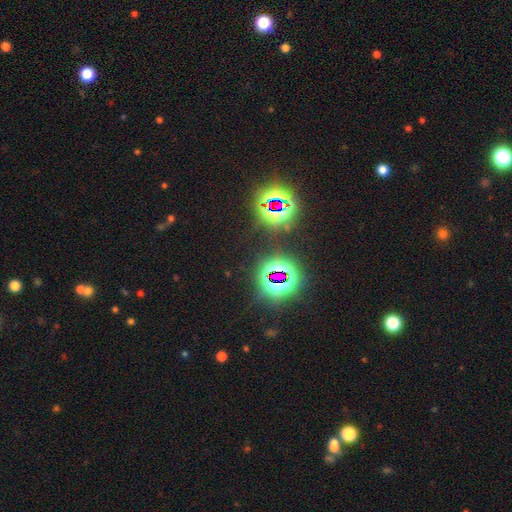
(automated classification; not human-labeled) smooth-or-featured: star or artifact: 84% | smooth: 10% | featured or disk: 7%